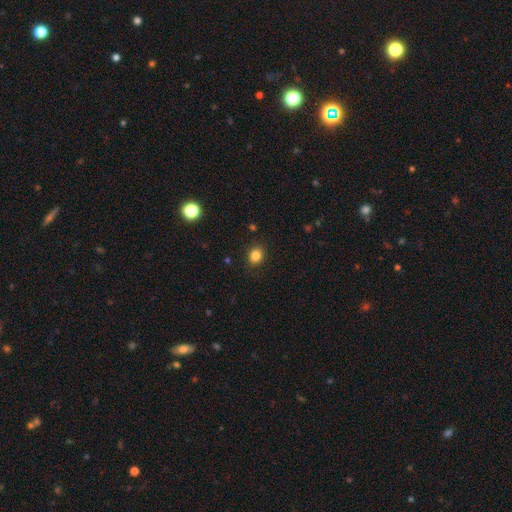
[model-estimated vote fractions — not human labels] Q: Smooth or featured?
A: smooth (84%); runner-up: star or artifact (12%)
Q: How rounded?
A: round (69%); runner-up: in between (30%)
Q: Merging?
A: none (89%); runner-up: minor disturbance (8%)